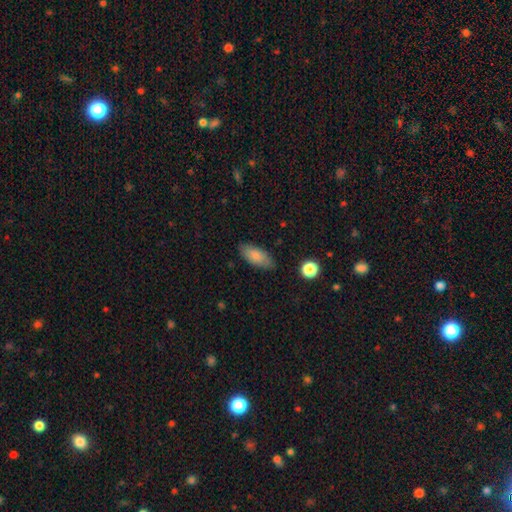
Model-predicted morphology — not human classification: The model was most divided on "merging": none: 80%, minor disturbance: 16%, major disturbance: 3%, merger: 1%. More confident: how rounded — in between (87%); smooth or featured — smooth (83%).